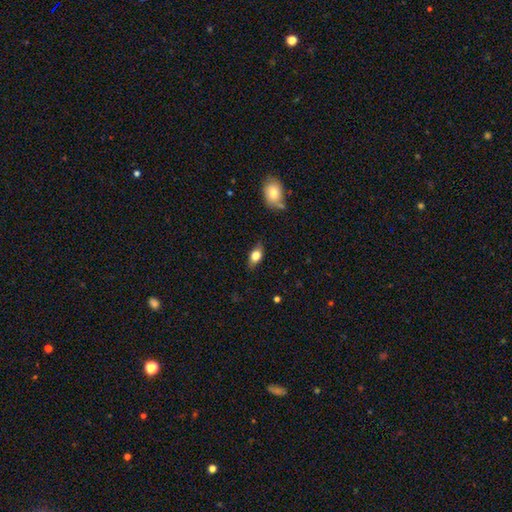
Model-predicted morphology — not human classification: Overall: smooth (69%). How rounded: in between (79%). Merging: none (78%).